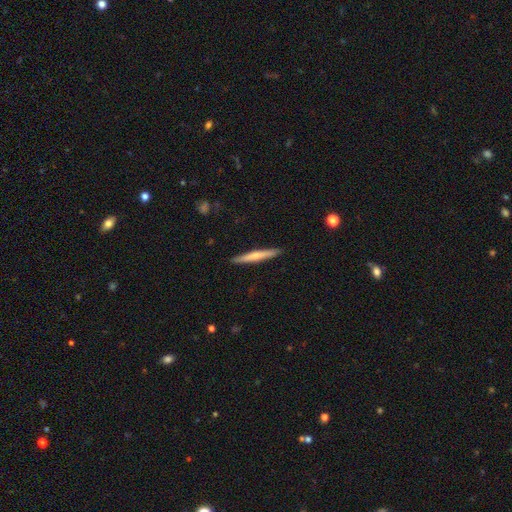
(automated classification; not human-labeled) smooth 50%, featured or disk 44%, star or artifact 5%. Down the decision tree: how rounded — cigar-shaped (95%); merging — none (91%).